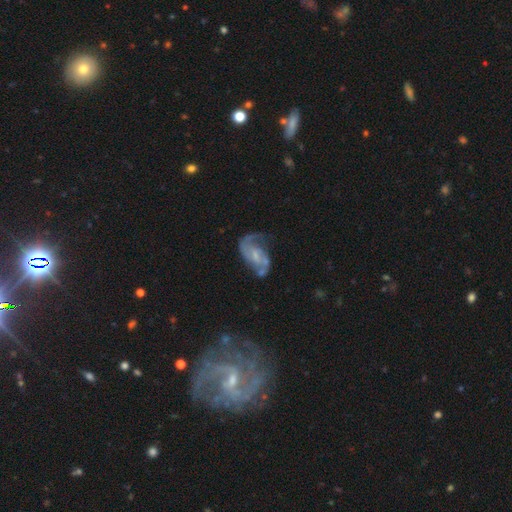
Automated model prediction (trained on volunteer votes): Overall: featured or disk (80%). Edge-on disk: no (97%). Bar: no (45%; weak 43%). Spiral arms: yes (90%). Spiral arm count: 2 (76%). Spiral winding: medium (47%; loose 33%). Bulge size: small (54%; moderate 26%). Merging: none (47%; major disturbance 22%).